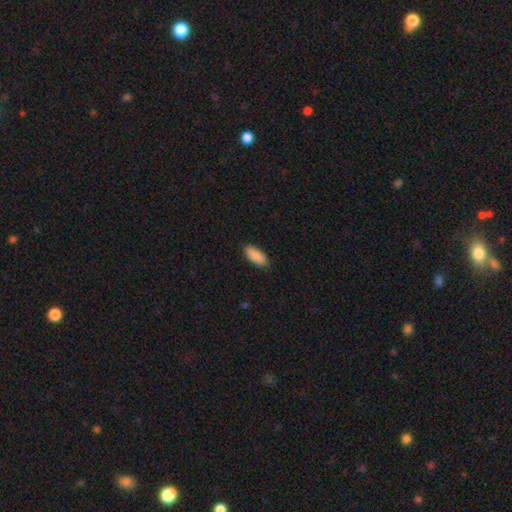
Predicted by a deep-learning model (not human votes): This appears to be a smooth galaxy with no disk features (89%) that is in between round and cigar-shaped (88%). Merging: none (87%).